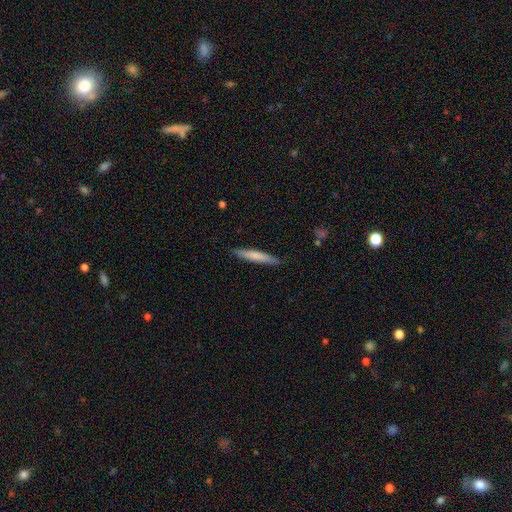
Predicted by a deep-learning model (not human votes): Q: Smooth or featured?
A: smooth (71%); runner-up: featured or disk (24%)
Q: How rounded?
A: cigar-shaped (94%); runner-up: in between (5%)
Q: Merging?
A: none (88%); runner-up: minor disturbance (9%)